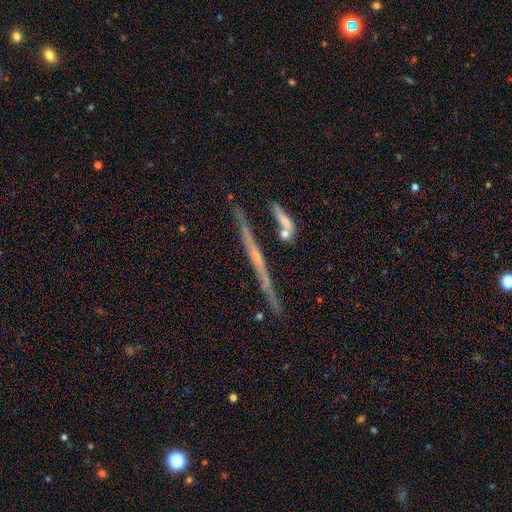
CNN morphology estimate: A featured or disk galaxy (70%) viewed edge-on (96%) with no central bulge (69%). Merging: none (77%).